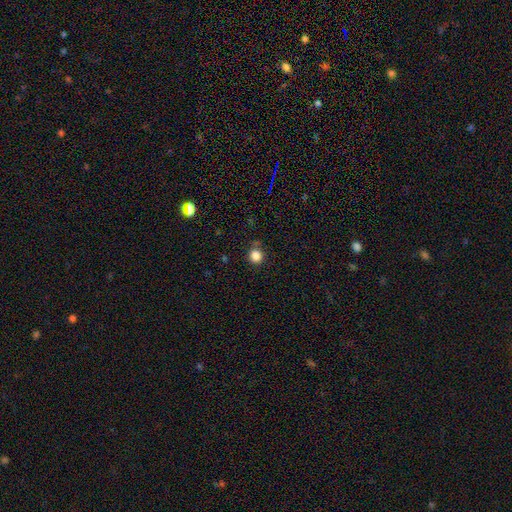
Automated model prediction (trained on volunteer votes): A smooth galaxy with no disk features (84%) that is round (91%).

Vote fractions:
- Smooth or featured? smooth: 84% / star or artifact: 12% / featured or disk: 4%
- How rounded? round: 91% / in between: 8% / cigar-shaped: 1%
- Merging? none: 80% / minor disturbance: 13% / major disturbance: 4% / merger: 4%